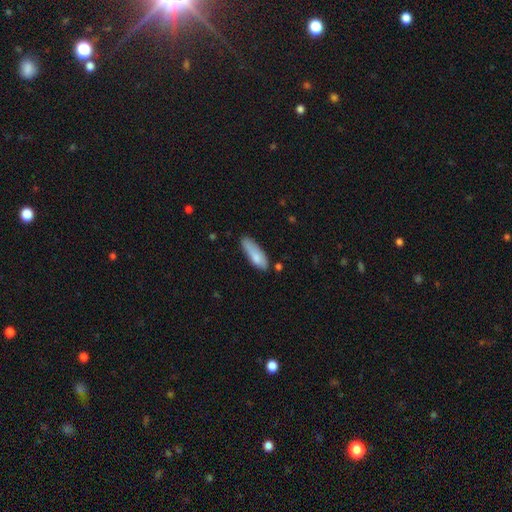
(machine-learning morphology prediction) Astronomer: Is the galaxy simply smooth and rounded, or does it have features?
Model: smooth — 80%.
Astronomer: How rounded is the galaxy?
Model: in between — 52% (runner-up: cigar-shaped, 46%).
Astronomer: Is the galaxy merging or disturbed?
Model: none — 59%.